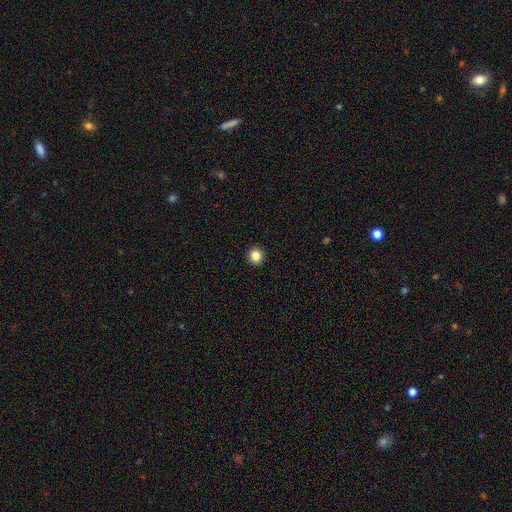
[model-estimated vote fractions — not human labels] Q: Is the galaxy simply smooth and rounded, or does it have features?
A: smooth — 84%.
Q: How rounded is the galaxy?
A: round — 93%.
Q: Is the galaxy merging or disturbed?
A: none — 93%.